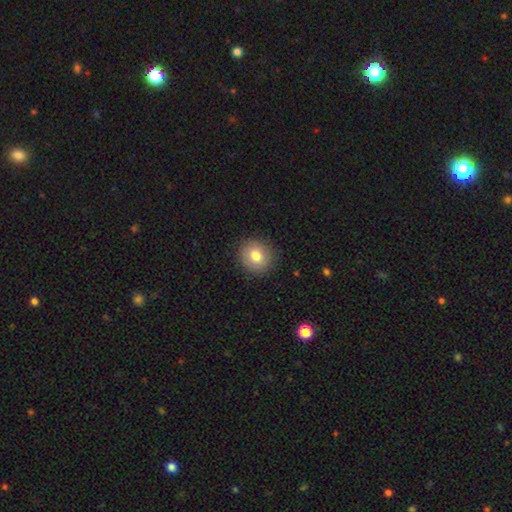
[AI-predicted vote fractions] Smooth or featured? Predicted: smooth (p=0.78). How rounded? Predicted: round (p=0.82). Merging? Predicted: none (p=0.89).